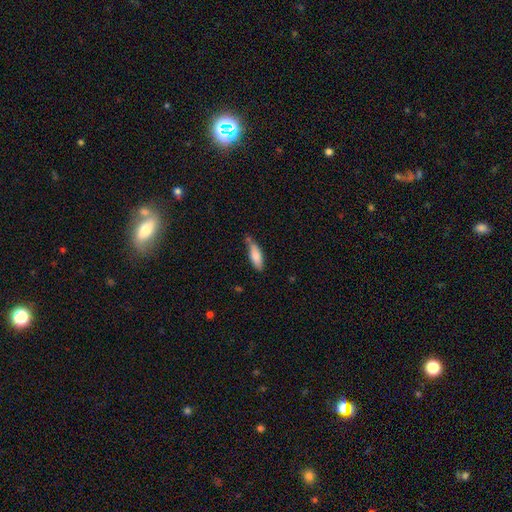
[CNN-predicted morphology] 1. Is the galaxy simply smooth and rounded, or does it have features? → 81% smooth, 13% featured or disk, 6% star or artifact.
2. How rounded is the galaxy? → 57% in between, 41% cigar-shaped, 2% round.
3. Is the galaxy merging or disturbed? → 58% none, 29% minor disturbance, 7% merger, 6% major disturbance.